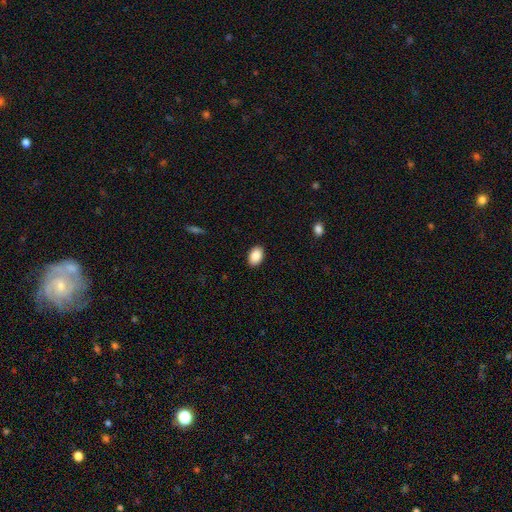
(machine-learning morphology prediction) Smooth or featured?
  - smooth: 89% *
  - star or artifact: 7%
  - featured or disk: 4%
How rounded?
  - in between: 88% *
  - round: 11%
  - cigar-shaped: 1%
Merging?
  - none: 89% *
  - minor disturbance: 8%
  - major disturbance: 2%
  - merger: 1%